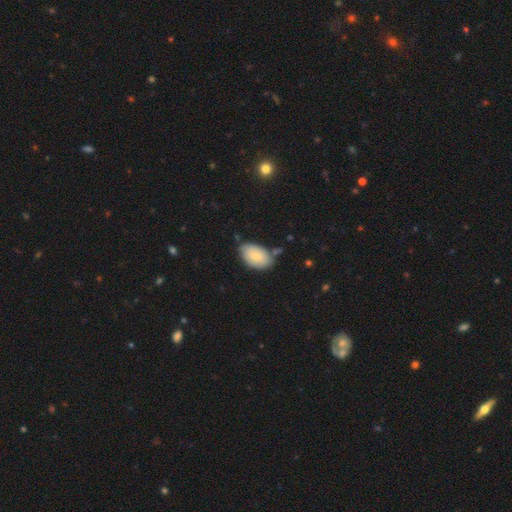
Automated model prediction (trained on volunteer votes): Smooth or featured?
  - smooth: 82% *
  - featured or disk: 12%
  - star or artifact: 6%
How rounded?
  - in between: 93% *
  - round: 5%
  - cigar-shaped: 1%
Merging?
  - none: 67% *
  - minor disturbance: 23%
  - merger: 6%
  - major disturbance: 4%